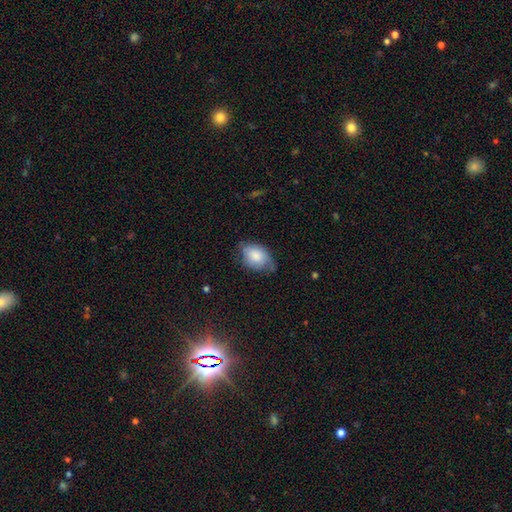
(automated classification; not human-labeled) Q: Smooth or featured?
A: smooth (73%); runner-up: featured or disk (20%)
Q: How rounded?
A: in between (79%); runner-up: round (19%)
Q: Merging?
A: none (46%); runner-up: minor disturbance (41%)